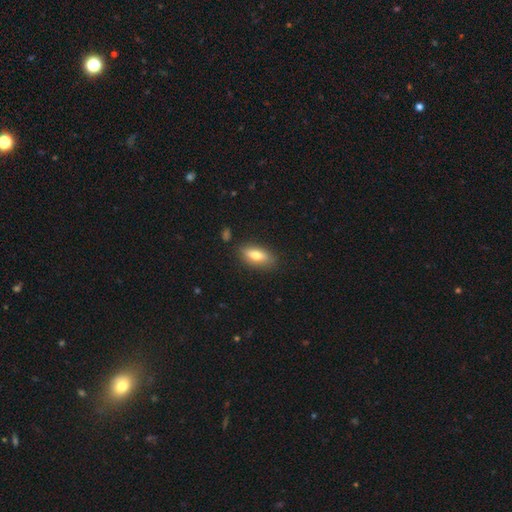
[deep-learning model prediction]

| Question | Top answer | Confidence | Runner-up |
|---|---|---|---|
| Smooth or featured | smooth | 68% | featured or disk (25%) |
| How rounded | in between | 77% | cigar-shaped (19%) |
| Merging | none | 83% | minor disturbance (12%) |